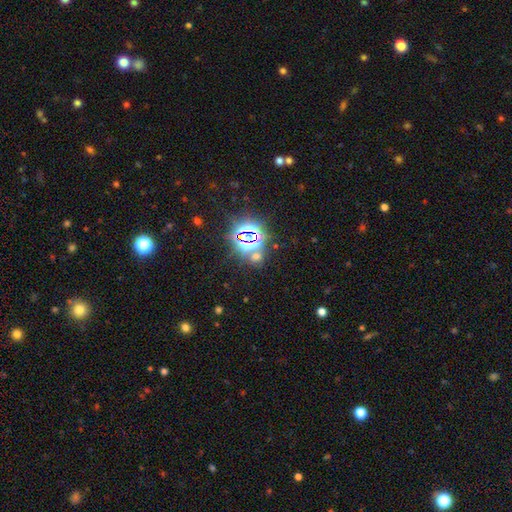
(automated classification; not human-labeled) star or artifact 68%, smooth 24%, featured or disk 8%.